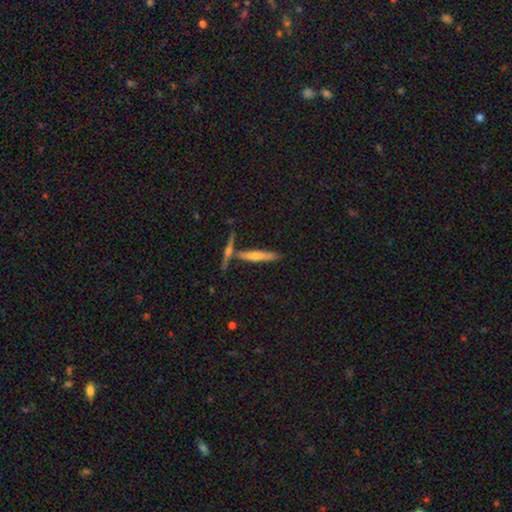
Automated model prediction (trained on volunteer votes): A featured or disk galaxy (54%) viewed edge-on (92%). Merging: none (64%).